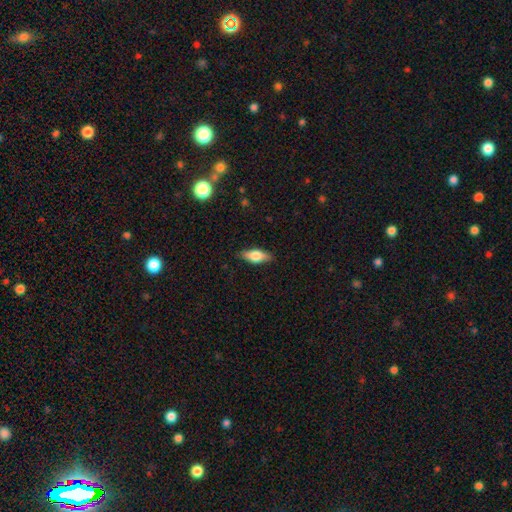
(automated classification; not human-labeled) Morphology: type=smooth (66%); roundness=in between (76%); merging=none (86%).